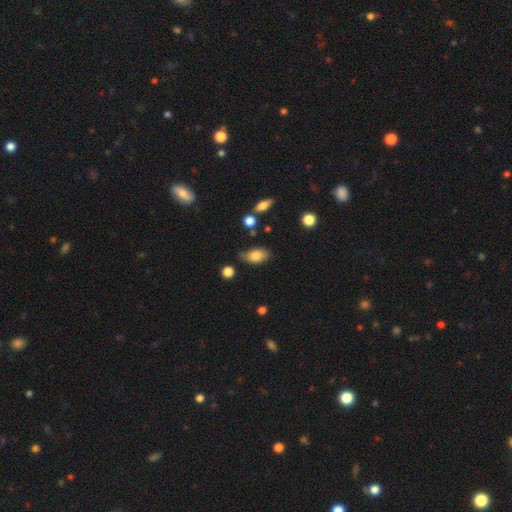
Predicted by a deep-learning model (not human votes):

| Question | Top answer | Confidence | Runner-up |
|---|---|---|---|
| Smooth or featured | smooth | 80% | featured or disk (12%) |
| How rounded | in between | 91% | round (6%) |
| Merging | none | 65% | minor disturbance (25%) |